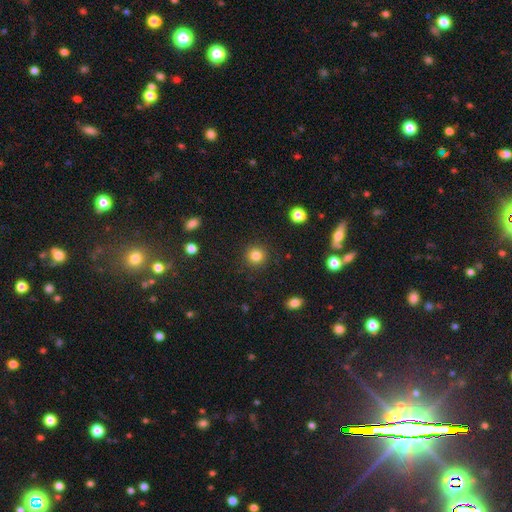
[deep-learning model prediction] This appears to be a smooth galaxy with no disk features (83%) that is round (93%). Merging: none (91%).